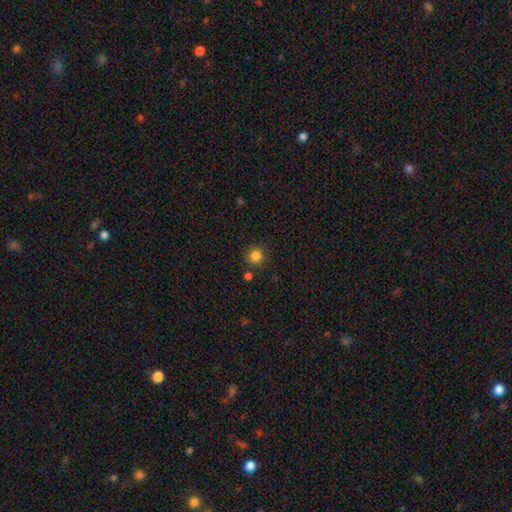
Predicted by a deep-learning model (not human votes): Smooth or featured: smooth — 84% (star or artifact — 12%)
How rounded: round — 93% (in between — 6%)
Merging: none — 85% (minor disturbance — 8%)